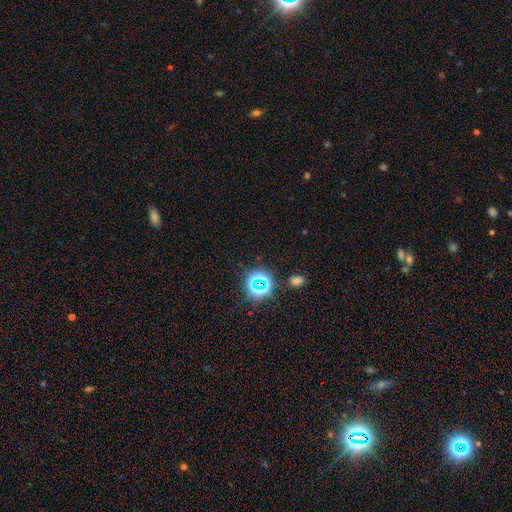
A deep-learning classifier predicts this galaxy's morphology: The model was most divided on "smooth or featured": star or artifact: 69%, smooth: 22%, featured or disk: 9%.